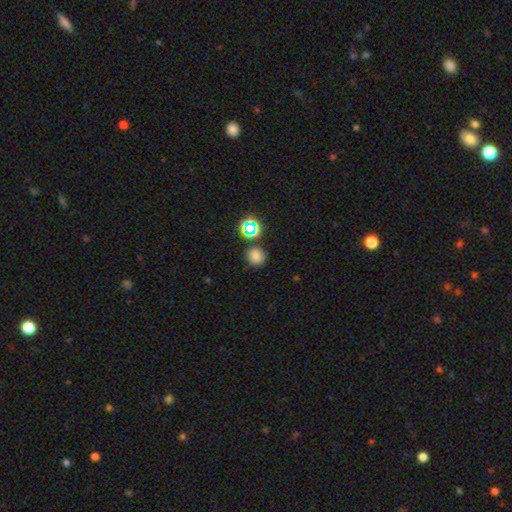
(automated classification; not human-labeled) Smooth or featured: smooth — 73% (star or artifact — 21%)
How rounded: round — 83% (in between — 16%)
Merging: none — 79% (minor disturbance — 11%)